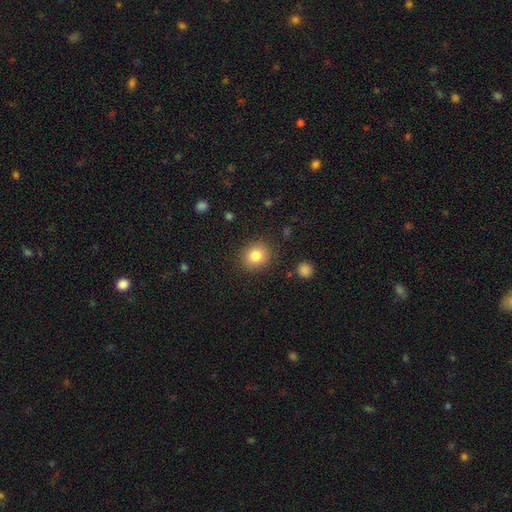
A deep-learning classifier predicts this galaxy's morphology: Q: Smooth or featured?
A: smooth (82%); runner-up: star or artifact (10%)
Q: How rounded?
A: round (73%); runner-up: in between (26%)
Q: Merging?
A: none (87%); runner-up: minor disturbance (8%)